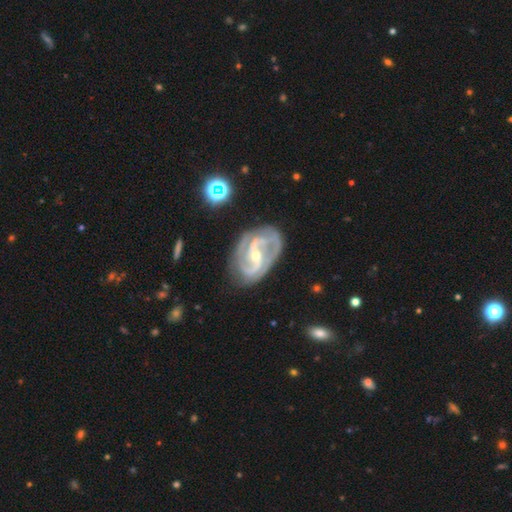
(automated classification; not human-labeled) This appears to be a featured or disk galaxy (91%) with a weak bar (38%), 2 (73%) medium (52%) spiral arms (97%) and a small central bulge (58%). Merging: none (71%).